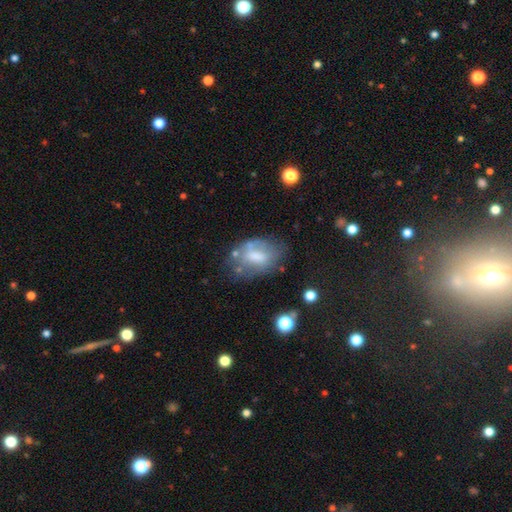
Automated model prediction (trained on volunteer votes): The model was most divided on "smooth or featured": smooth: 55%, featured or disk: 35%, star or artifact: 10%. More confident: how rounded — in between (84%); merging — none (51%).